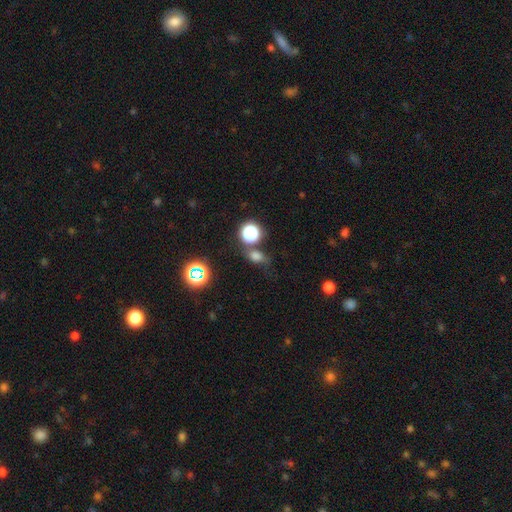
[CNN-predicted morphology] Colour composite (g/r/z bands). It shows a smooth galaxy with no disk features (67%) that is in between round and cigar-shaped (57%). Merging: none (60%).